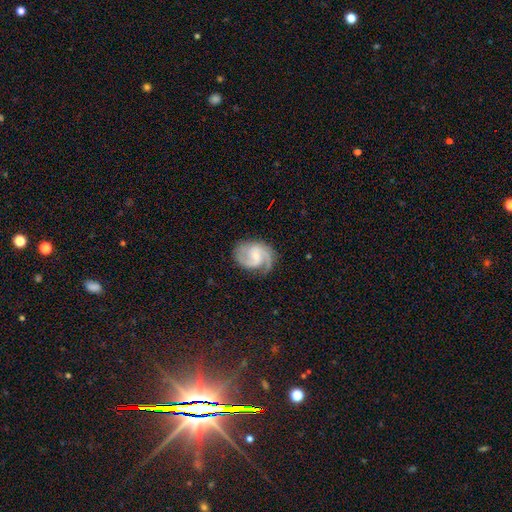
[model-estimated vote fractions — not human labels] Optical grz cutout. It shows a featured or disk galaxy (87%) with a weak bar (52%), 2 (83%) medium (55%) spiral arms (97%) and a small central bulge (53%). Merging: none (74%).